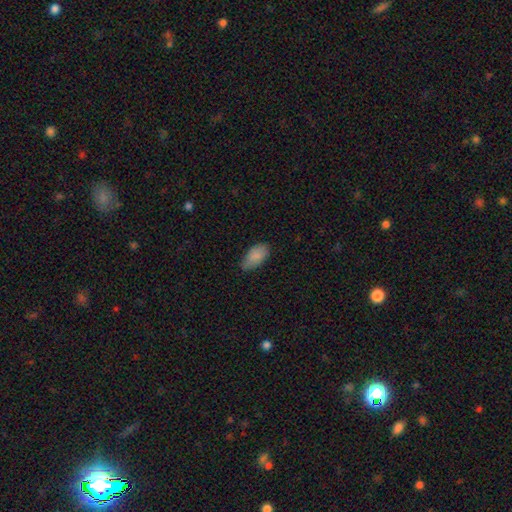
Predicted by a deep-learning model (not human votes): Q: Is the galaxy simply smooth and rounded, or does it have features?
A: smooth — 86%.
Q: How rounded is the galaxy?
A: in between — 94%.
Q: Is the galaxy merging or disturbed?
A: none — 63%.